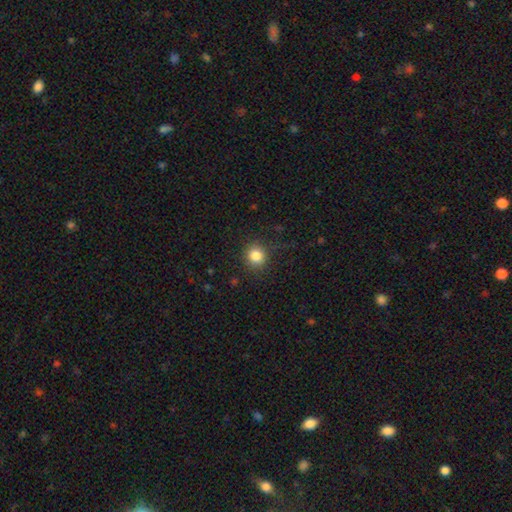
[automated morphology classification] Q: Smooth or featured?
A: smooth (84%); runner-up: star or artifact (11%)
Q: How rounded?
A: round (91%); runner-up: in between (9%)
Q: Merging?
A: none (86%); runner-up: minor disturbance (9%)